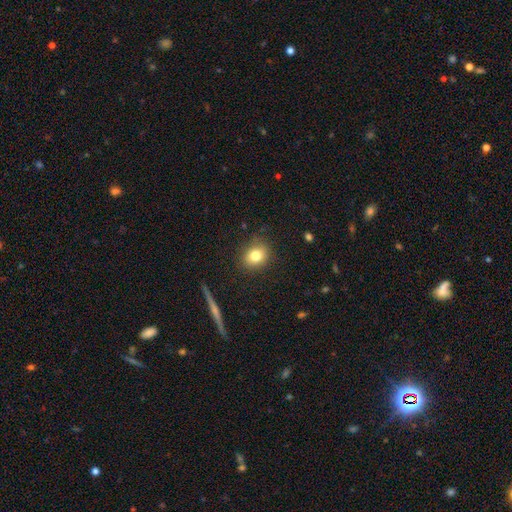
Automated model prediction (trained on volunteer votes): Smooth or featured?
  - smooth: 79% *
  - star or artifact: 11%
  - featured or disk: 10%
How rounded?
  - round: 65% *
  - in between: 33%
  - cigar-shaped: 1%
Merging?
  - none: 83% *
  - minor disturbance: 12%
  - major disturbance: 3%
  - merger: 1%